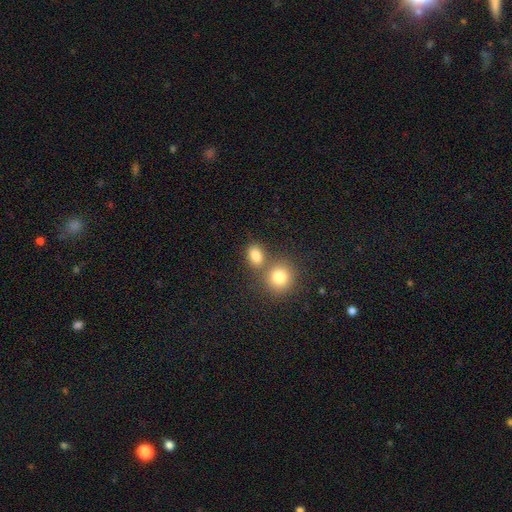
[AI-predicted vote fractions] Smooth or featured?
  - smooth: 82% *
  - star or artifact: 11%
  - featured or disk: 7%
How rounded?
  - in between: 60% *
  - round: 39%
  - cigar-shaped: 2%
Merging?
  - none: 54% *
  - merger: 32%
  - minor disturbance: 10%
  - major disturbance: 4%